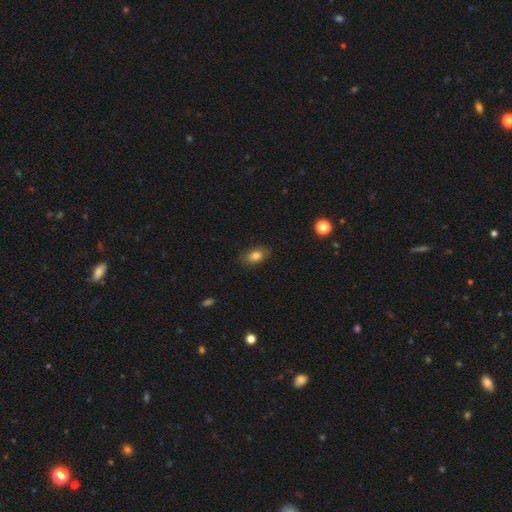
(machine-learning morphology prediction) Q: Smooth or featured?
A: smooth (83%); runner-up: star or artifact (9%)
Q: How rounded?
A: in between (87%); runner-up: round (10%)
Q: Merging?
A: none (83%); runner-up: minor disturbance (13%)